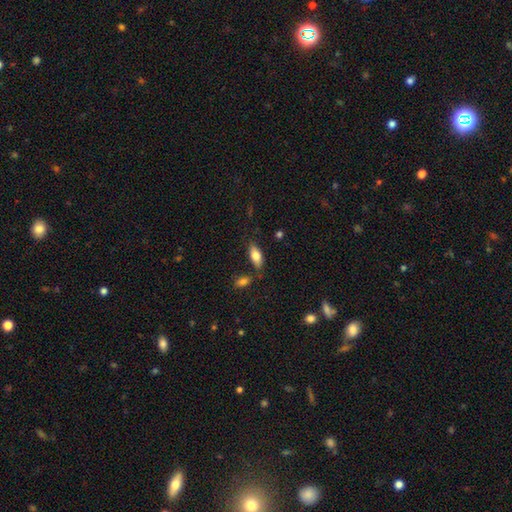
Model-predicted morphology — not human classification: This is likely a smooth galaxy (76%). How rounded: clearly in between (82%). Merging: likely none (77%).